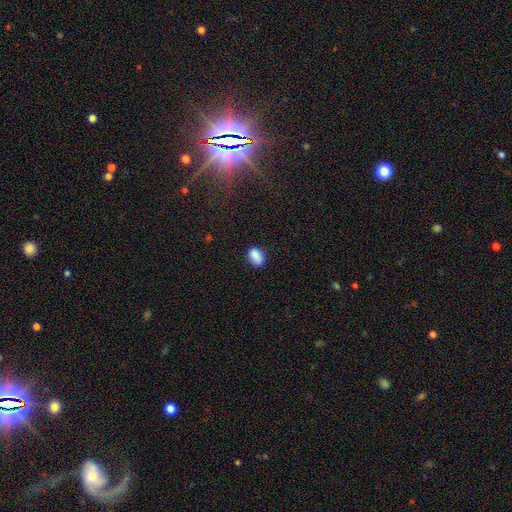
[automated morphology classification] smooth_or_featured: smooth (p=0.87) [alt: star or artifact p=0.08]
how_rounded: in between (p=0.80) [alt: round p=0.19]
merging: none (p=0.81) [alt: minor disturbance p=0.14]